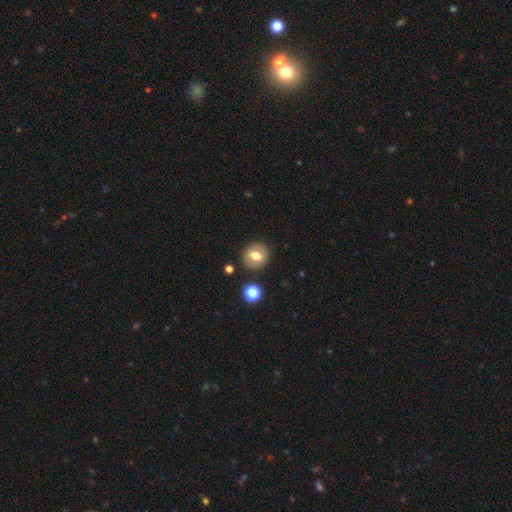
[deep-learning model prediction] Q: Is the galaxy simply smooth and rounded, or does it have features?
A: smooth — 65%.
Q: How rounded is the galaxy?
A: round — 81%.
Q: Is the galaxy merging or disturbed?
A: none — 87%.